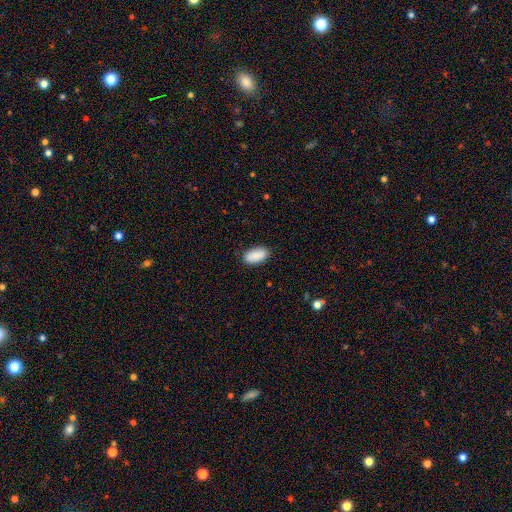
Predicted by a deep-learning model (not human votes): The model was most divided on "merging": none: 85%, minor disturbance: 12%, major disturbance: 2%, merger: 1%. More confident: how rounded — in between (93%); smooth or featured — smooth (89%).